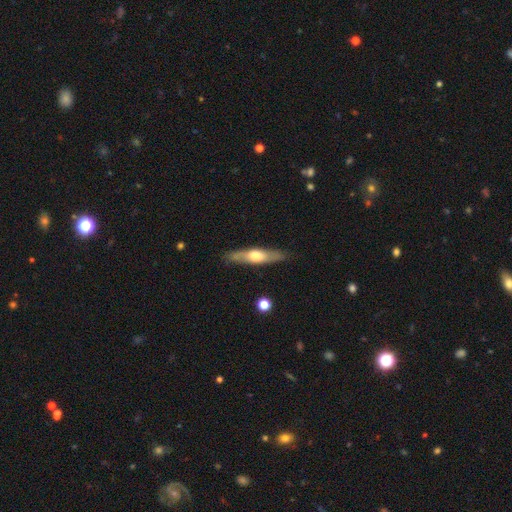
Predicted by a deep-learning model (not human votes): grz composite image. It shows a featured or disk galaxy (53%) viewed edge-on (87%). Merging: none (86%).